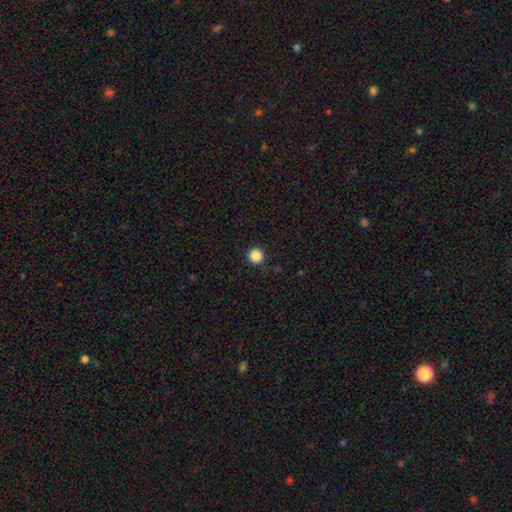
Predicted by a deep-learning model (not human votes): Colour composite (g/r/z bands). It shows a smooth galaxy with no disk features (87%) that is round (95%). Merging: none (91%).